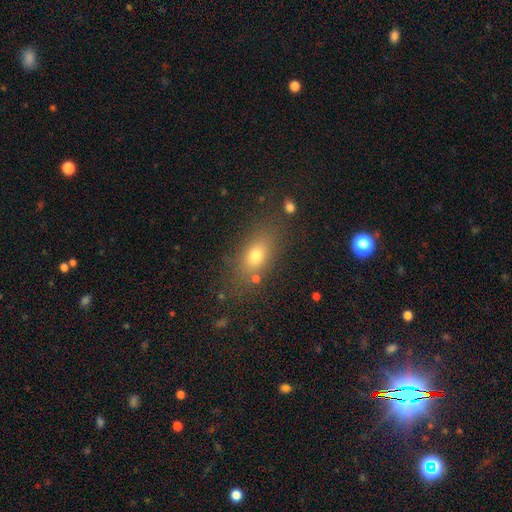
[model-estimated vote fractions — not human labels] Smooth or featured: smooth — 71% (star or artifact — 15%)
How rounded: in between — 73% (round — 18%)
Merging: none — 77% (minor disturbance — 13%)